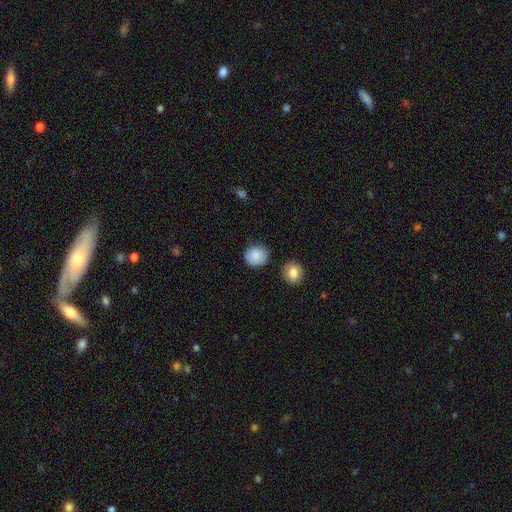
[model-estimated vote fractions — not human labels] The model was most divided on "merging": none: 81%, minor disturbance: 13%, major disturbance: 3%, merger: 3%. More confident: smooth or featured — smooth (88%); how rounded — round (84%).